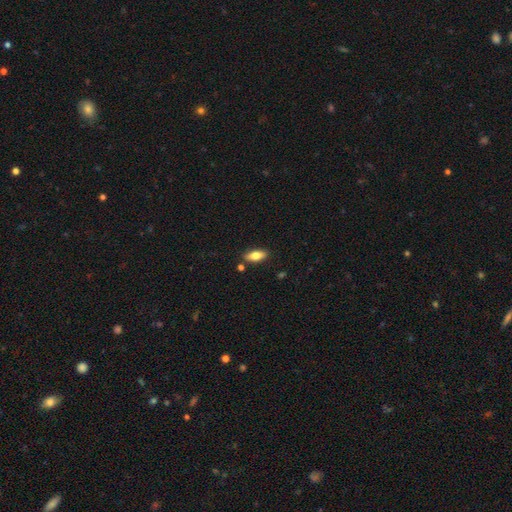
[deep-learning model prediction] smooth_or_featured: smooth (p=0.73) [alt: featured or disk p=0.21]
how_rounded: in between (p=0.79) [alt: cigar-shaped p=0.19]
merging: none (p=0.85) [alt: minor disturbance p=0.10]